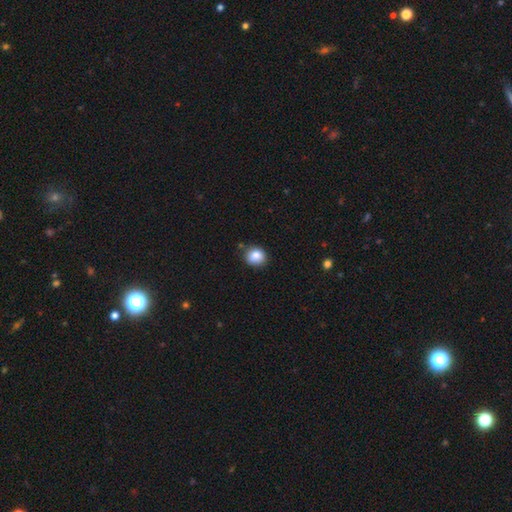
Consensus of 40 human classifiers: Volunteers were most divided on "merging": none: 72%, minor disturbance: 26%, major disturbance: 3%, merger: 0%. More confident: smooth or featured — smooth (95%); how rounded — round (87%).